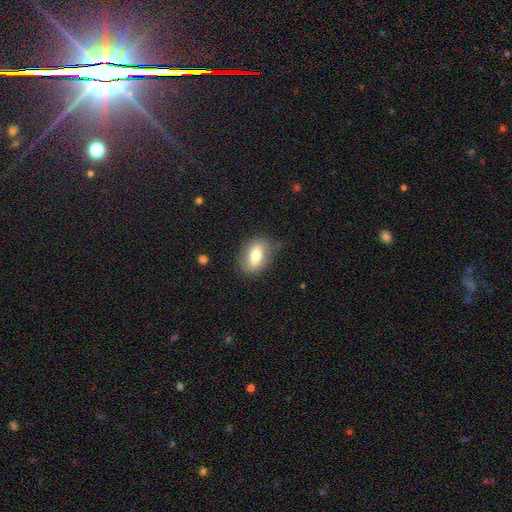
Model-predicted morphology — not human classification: Smooth or featured? Predicted: smooth (p=0.70). How rounded? Predicted: in between (p=0.84). Merging? Predicted: none (p=0.75).